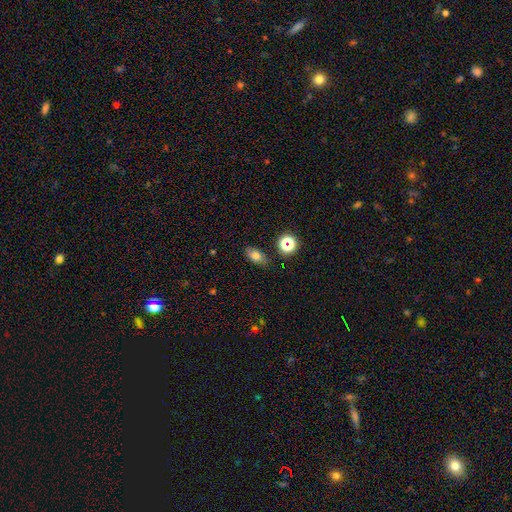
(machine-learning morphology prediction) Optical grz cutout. It shows a smooth galaxy with no disk features (71%) that is in between round and cigar-shaped (84%). Merging: none (80%).